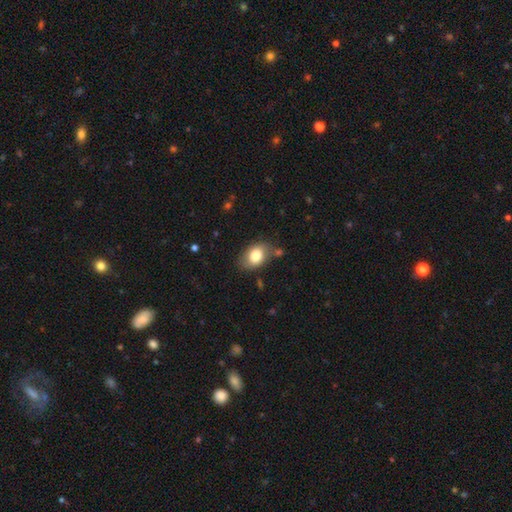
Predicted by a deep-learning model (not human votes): smooth 79%, featured or disk 13%, star or artifact 8%. Down the decision tree: how rounded — in between (81%); merging — none (70%).